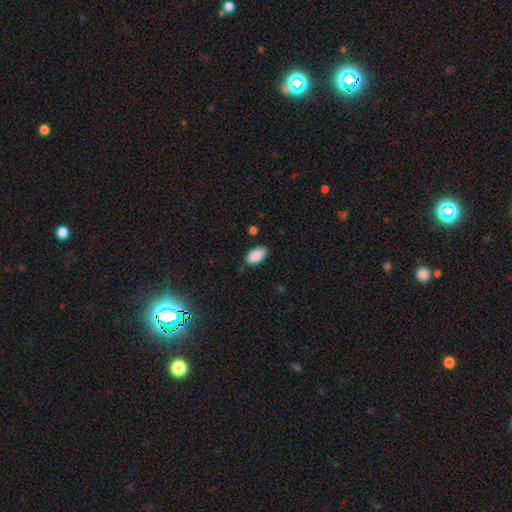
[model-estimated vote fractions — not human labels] Smooth or featured? Predicted: smooth (p=0.90). How rounded? Predicted: in between (p=0.95). Merging? Predicted: none (p=0.82).